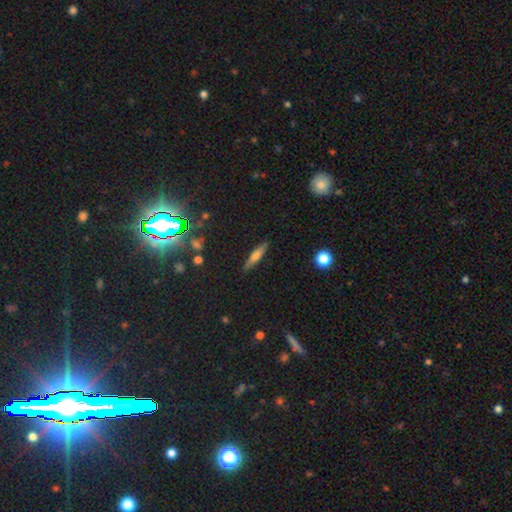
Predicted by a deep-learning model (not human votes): Smooth or featured? smooth (54%)
How rounded? cigar-shaped (85%)
Merging? none (89%)